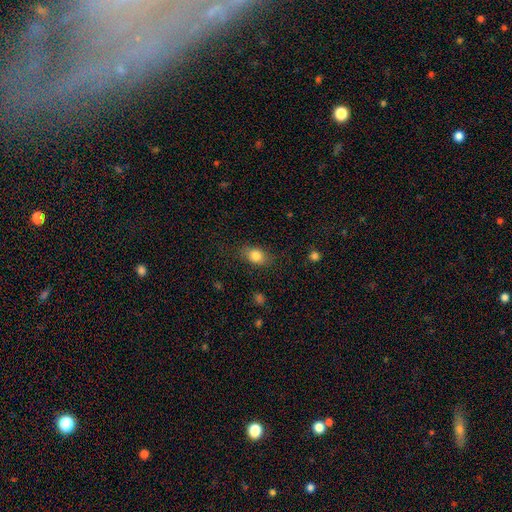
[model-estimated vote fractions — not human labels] This appears to be a smooth galaxy with no disk features (82%) that is in between round and cigar-shaped (73%). Merging: none (79%).